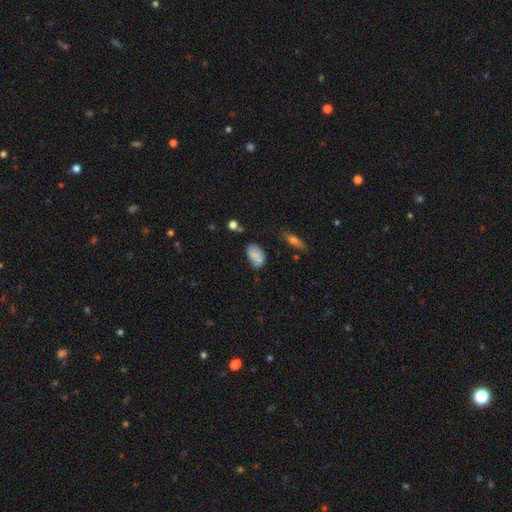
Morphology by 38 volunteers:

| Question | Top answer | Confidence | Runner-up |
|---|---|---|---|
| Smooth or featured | smooth | 82% | featured or disk (16%) |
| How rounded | in between | 81% | round (16%) |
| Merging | none | 78% | minor disturbance (14%) |